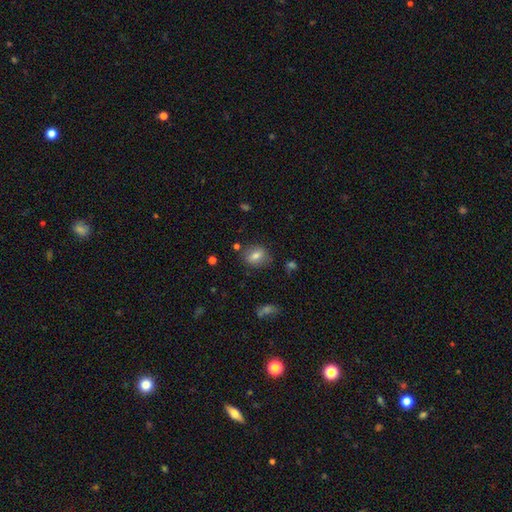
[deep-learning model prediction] The model was most divided on "how rounded": in between: 59%, round: 39%, cigar-shaped: 2%. More confident: merging — none (77%); smooth or featured — smooth (72%).